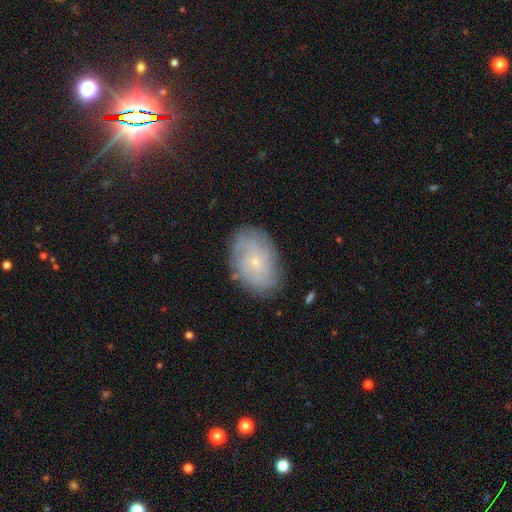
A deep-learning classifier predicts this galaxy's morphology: Overall: featured or disk (50%; smooth 30%). Merging: none (81%).